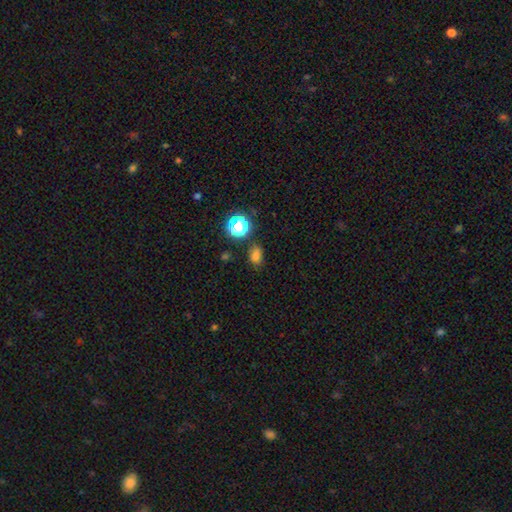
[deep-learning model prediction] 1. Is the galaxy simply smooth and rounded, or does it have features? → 70% smooth, 23% star or artifact, 7% featured or disk.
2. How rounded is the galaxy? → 64% in between, 34% round, 2% cigar-shaped.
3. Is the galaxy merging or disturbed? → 70% none, 18% minor disturbance, 6% merger, 5% major disturbance.